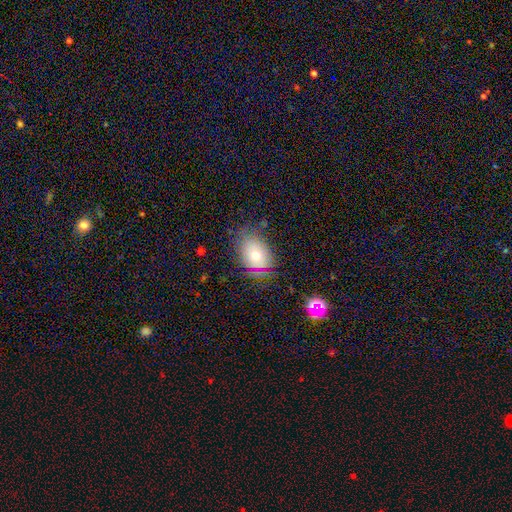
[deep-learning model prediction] smooth-or-featured: smooth: 62% | featured or disk: 22% | star or artifact: 16%
  how-rounded: in between: 73% | round: 25% | cigar-shaped: 1%
  merging: none: 70% | minor disturbance: 21% | major disturbance: 7% | merger: 2%